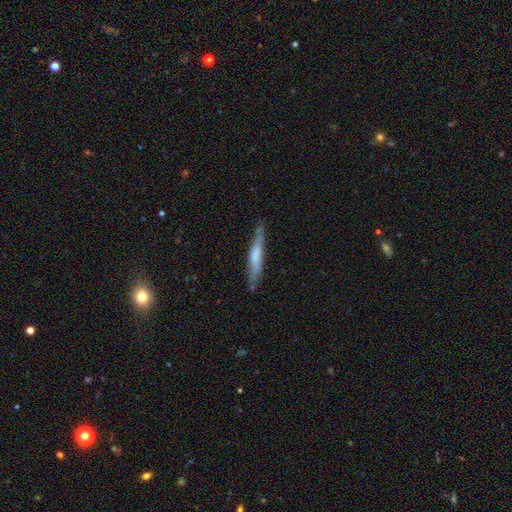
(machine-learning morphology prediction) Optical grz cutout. It shows a smooth galaxy with no disk features (51%) that is cigar-shaped (92%). Merging: none (76%).